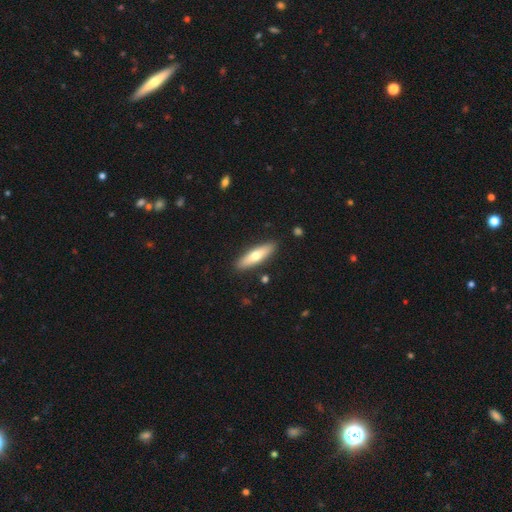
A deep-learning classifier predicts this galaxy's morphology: Q: Smooth or featured?
A: smooth (61%); runner-up: featured or disk (34%)
Q: How rounded?
A: cigar-shaped (65%); runner-up: in between (33%)
Q: Merging?
A: none (89%); runner-up: minor disturbance (8%)